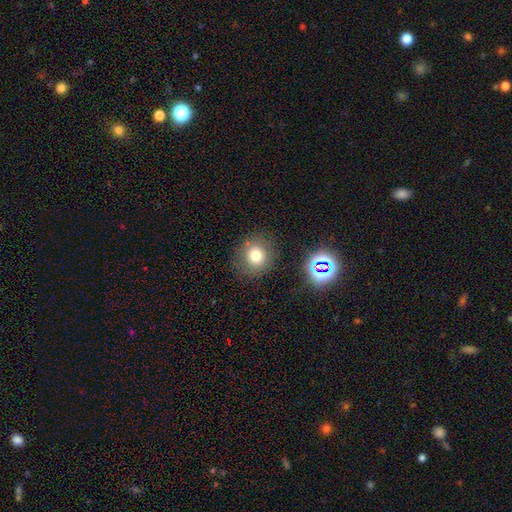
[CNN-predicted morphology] Smooth or featured? Predicted: smooth (p=0.74). How rounded? Predicted: round (p=0.88). Merging? Predicted: none (p=0.83).